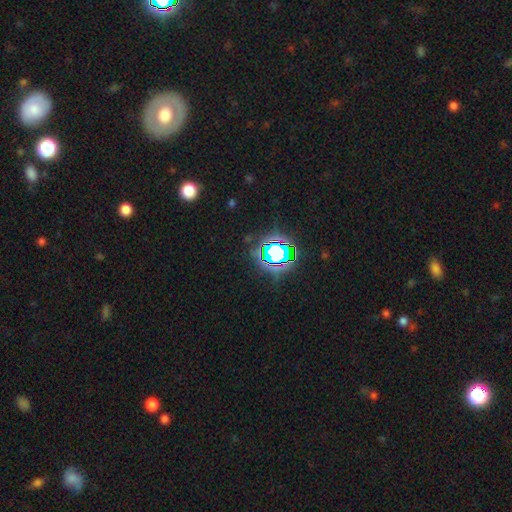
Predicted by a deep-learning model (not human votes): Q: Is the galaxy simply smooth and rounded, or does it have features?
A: star or artifact — 69%.